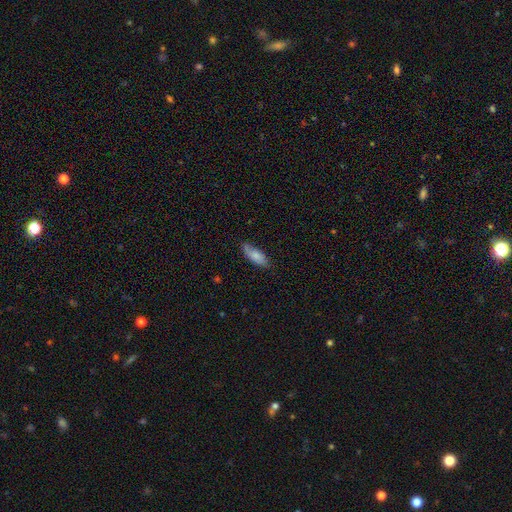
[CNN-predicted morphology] Smooth or featured? smooth (79%)
How rounded? in between (71%)
Merging? none (69%)